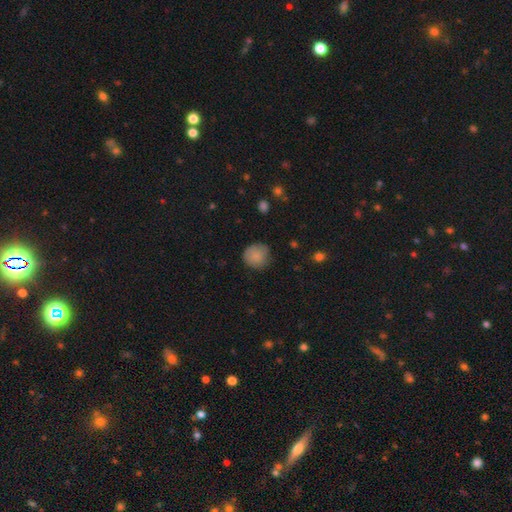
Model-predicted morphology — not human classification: type=smooth (85%); roundness=round (91%); merging=none (75%).